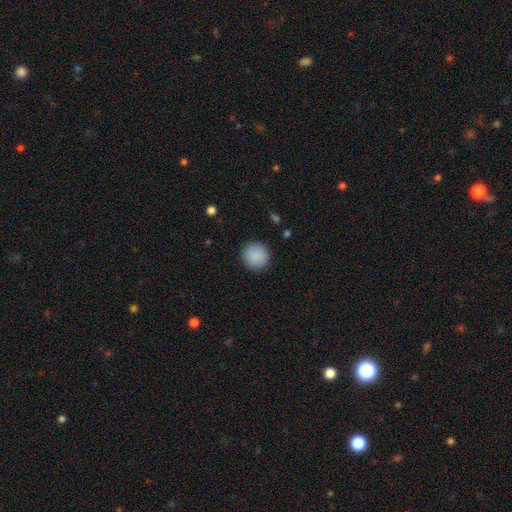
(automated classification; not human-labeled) This is clearly a smooth galaxy (89%). How rounded: clearly round (94%). Merging: clearly none (91%).